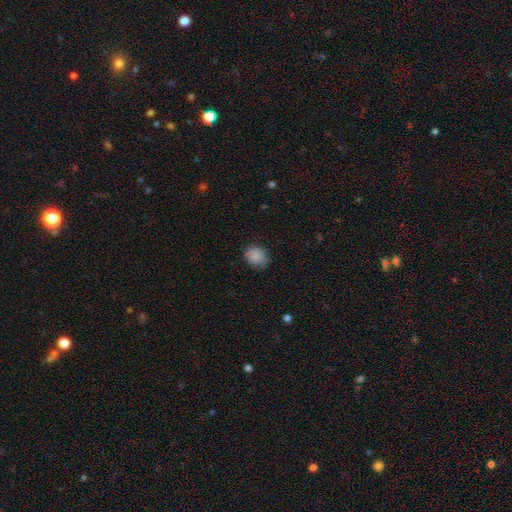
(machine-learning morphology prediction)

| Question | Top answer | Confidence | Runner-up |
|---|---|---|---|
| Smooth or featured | smooth | 84% | star or artifact (9%) |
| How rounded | round | 70% | in between (29%) |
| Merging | none | 76% | minor disturbance (18%) |